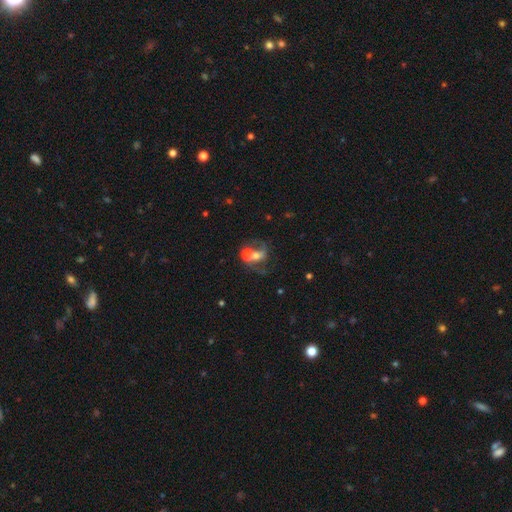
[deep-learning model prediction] Smooth or featured? Predicted: featured or disk (p=0.58). Edge-on disk? Predicted: no (p=0.97). Bar? Predicted: no (p=0.66). Spiral arms? Predicted: yes (p=0.67). Bulge size? Predicted: moderate (p=0.48). Merging? Predicted: merger (p=0.56).